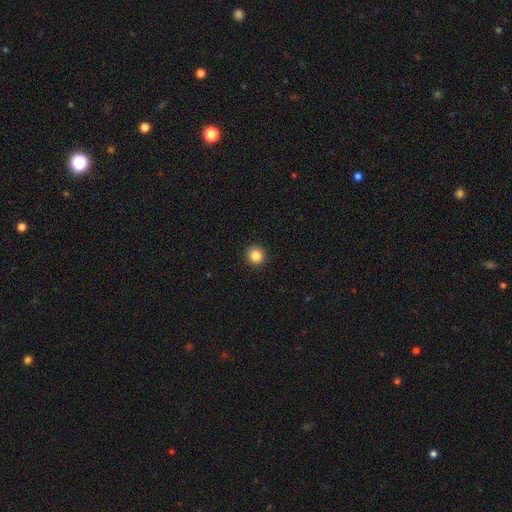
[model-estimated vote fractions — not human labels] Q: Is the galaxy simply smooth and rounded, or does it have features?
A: smooth — 85%.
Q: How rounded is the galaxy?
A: round — 95%.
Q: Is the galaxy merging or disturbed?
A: none — 93%.